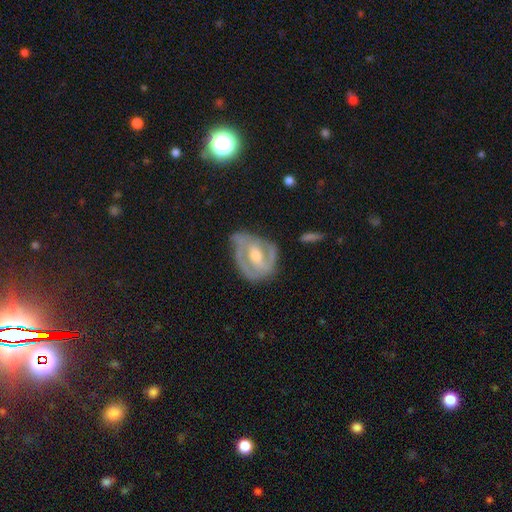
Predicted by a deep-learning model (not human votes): Q: Smooth or featured?
A: featured or disk (78%); runner-up: smooth (16%)
Q: Edge-on disk?
A: no (96%); runner-up: yes (4%)
Q: Bar?
A: weak (45%); runner-up: no (30%)
Q: Spiral arms?
A: yes (81%); runner-up: no (19%)
Q: Spiral winding?
A: tight (45%); runner-up: medium (41%)
Q: Spiral arm count?
A: 2 (56%); runner-up: can't tell (22%)
Q: Bulge size?
A: moderate (65%); runner-up: small (29%)
Q: Merging?
A: none (53%); runner-up: minor disturbance (29%)